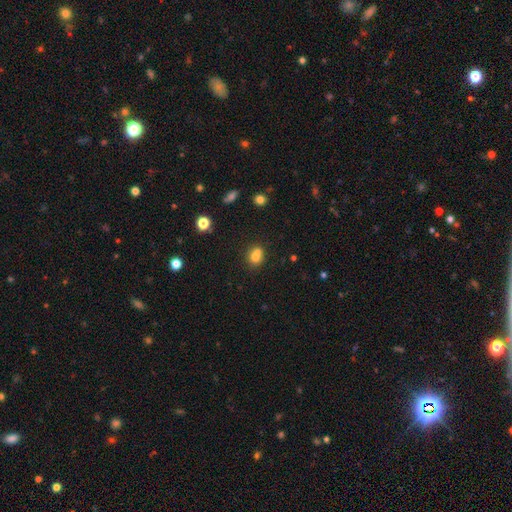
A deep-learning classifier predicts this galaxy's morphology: Q: Smooth or featured?
A: smooth (73%); runner-up: star or artifact (14%)
Q: How rounded?
A: round (66%); runner-up: in between (33%)
Q: Merging?
A: merger (48%); runner-up: none (39%)